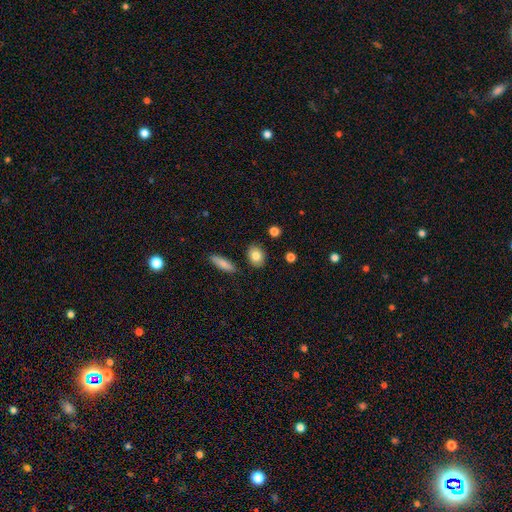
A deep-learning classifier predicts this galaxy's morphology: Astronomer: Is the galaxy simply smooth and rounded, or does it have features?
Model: smooth — 83%.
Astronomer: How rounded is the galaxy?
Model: in between — 58% (runner-up: round, 40%).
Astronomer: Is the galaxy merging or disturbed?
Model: none — 86%.